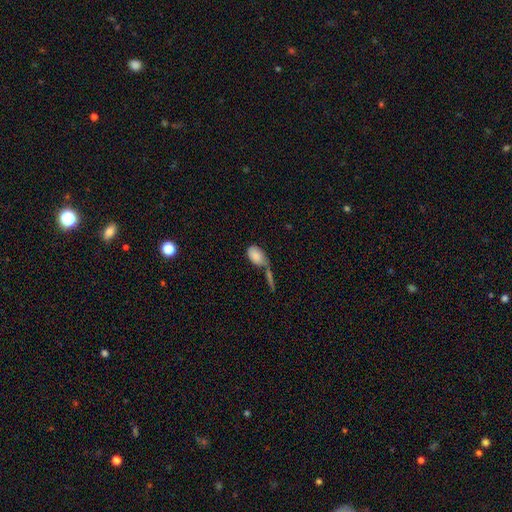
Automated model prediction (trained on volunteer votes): This appears to be a smooth galaxy with no disk features (82%) that is in between round and cigar-shaped (92%). Merging: merger (42%).